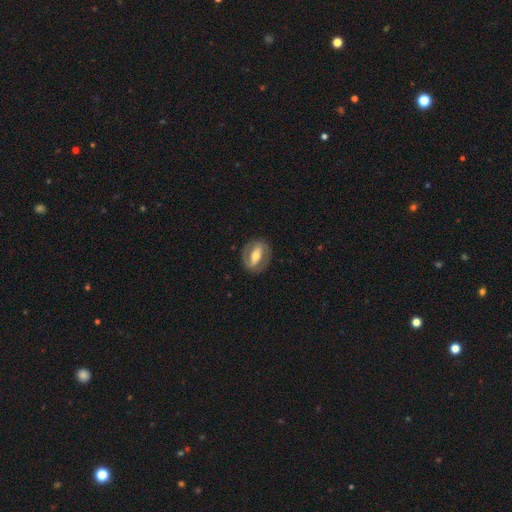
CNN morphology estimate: Smooth or featured: featured or disk — 71% (smooth — 24%)
Edge-on disk: no — 91% (yes — 9%)
Bar: strong — 59% (weak — 25%)
Spiral arms: yes — 69% (no — 31%)
Bulge size: moderate — 66% (small — 21%)
Merging: none — 82% (minor disturbance — 12%)